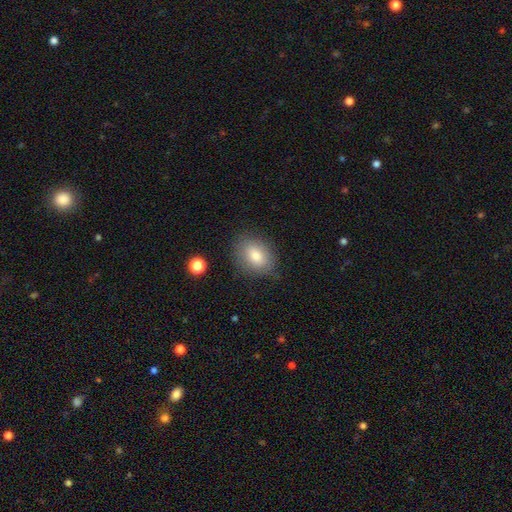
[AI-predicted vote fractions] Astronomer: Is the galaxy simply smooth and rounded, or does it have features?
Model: smooth — 79%.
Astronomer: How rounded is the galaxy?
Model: in between — 70%.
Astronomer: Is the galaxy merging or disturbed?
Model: none — 81%.